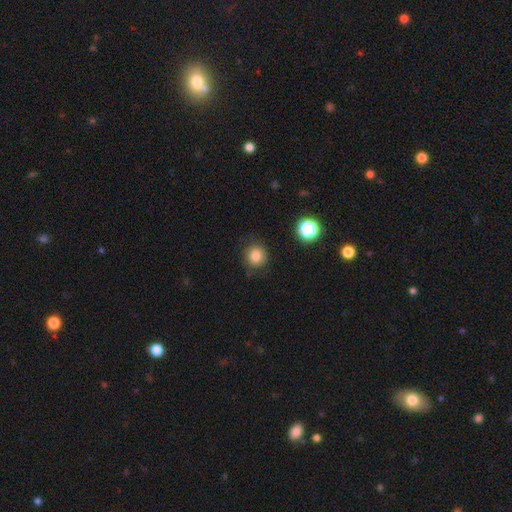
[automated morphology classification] Q: Smooth or featured?
A: smooth (81%); runner-up: star or artifact (12%)
Q: How rounded?
A: round (90%); runner-up: in between (9%)
Q: Merging?
A: none (83%); runner-up: minor disturbance (12%)